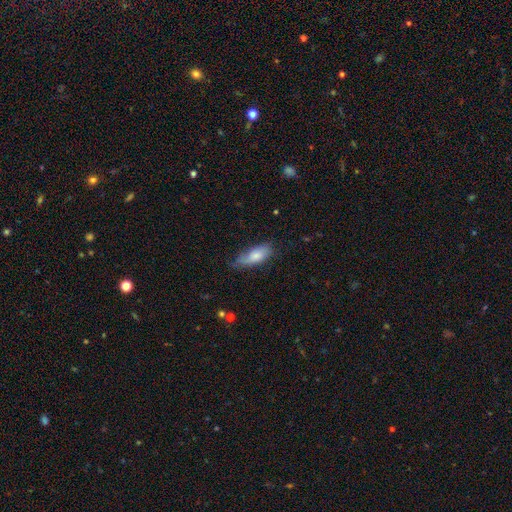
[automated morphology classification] This appears to be a smooth galaxy with no disk features (73%) that is in between round and cigar-shaped (79%). Merging: none (51%).